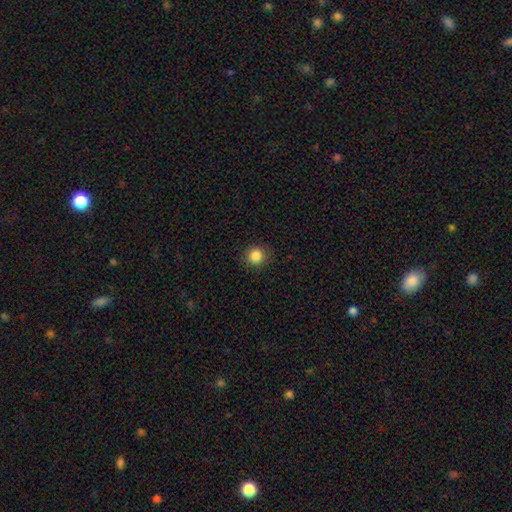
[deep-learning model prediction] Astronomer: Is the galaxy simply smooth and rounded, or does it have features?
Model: smooth — 86%.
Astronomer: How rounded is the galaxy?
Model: round — 91%.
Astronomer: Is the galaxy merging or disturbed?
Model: none — 89%.